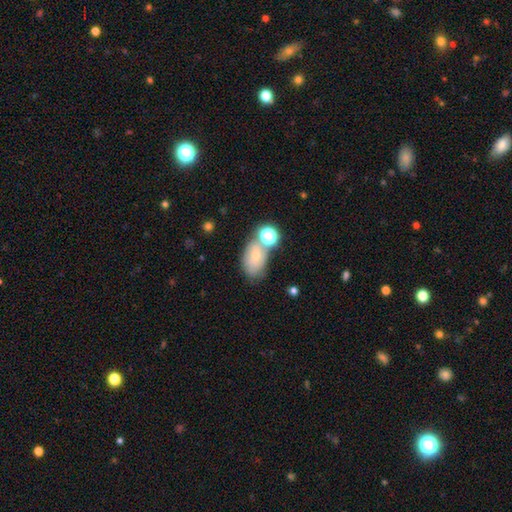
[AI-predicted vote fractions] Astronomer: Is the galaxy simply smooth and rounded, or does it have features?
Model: smooth — 63%.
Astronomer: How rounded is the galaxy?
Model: in between — 81%.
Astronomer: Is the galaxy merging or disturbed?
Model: none — 45% (runner-up: merger, 27%).